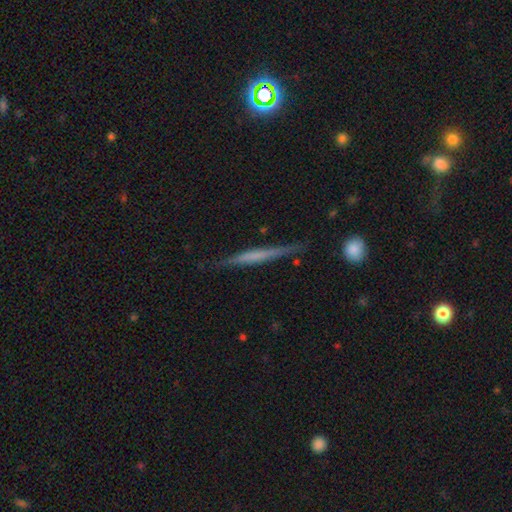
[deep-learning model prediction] This appears to be a featured or disk galaxy (58%) viewed edge-on (96%) with no central bulge (67%). Merging: none (83%).